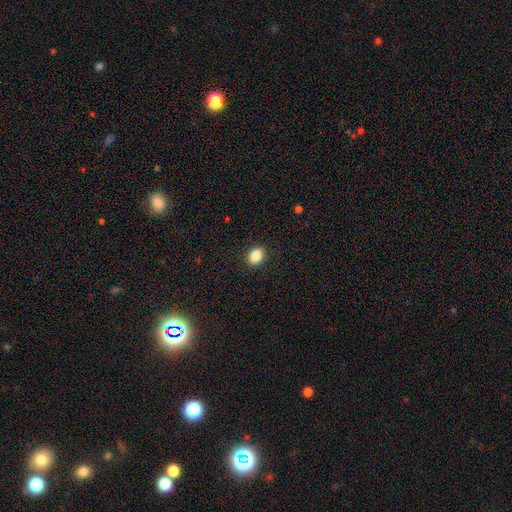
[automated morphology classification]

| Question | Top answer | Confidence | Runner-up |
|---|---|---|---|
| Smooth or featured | smooth | 86% | star or artifact (9%) |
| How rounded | in between | 63% | round (36%) |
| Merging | none | 90% | minor disturbance (7%) |